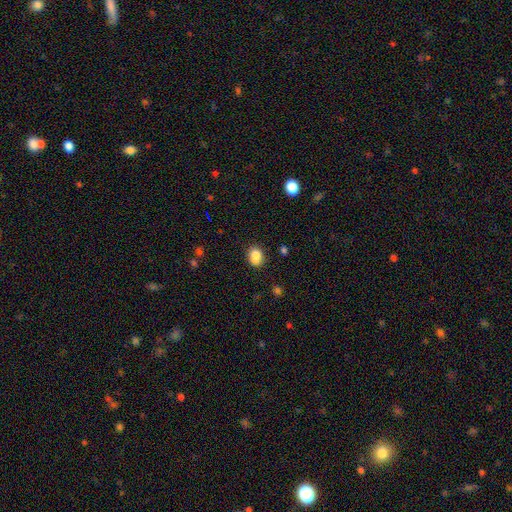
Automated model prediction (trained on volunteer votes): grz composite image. It shows a smooth galaxy with no disk features (81%) that is in between round and cigar-shaped (50%). Merging: none (60%).